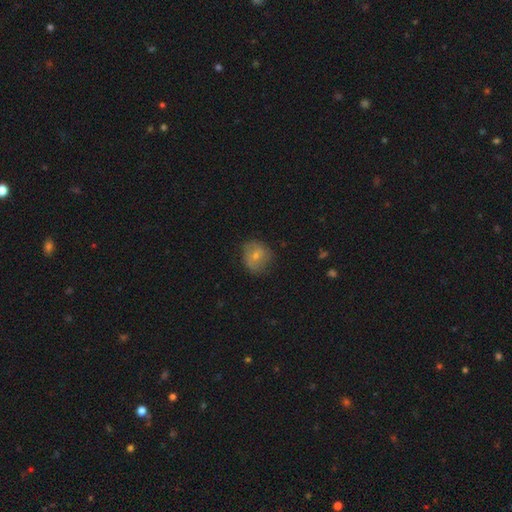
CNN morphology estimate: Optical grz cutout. It shows a smooth galaxy with no disk features (62%) that is round (74%). Merging: none (68%).